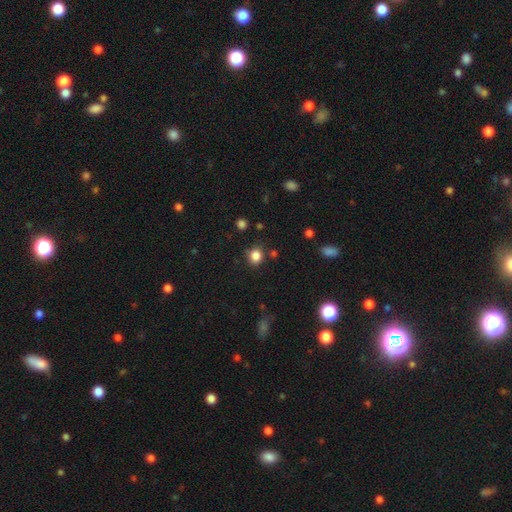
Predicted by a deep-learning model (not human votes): smooth 83%, star or artifact 12%, featured or disk 4%. Down the decision tree: how rounded — round (75%); merging — none (81%).